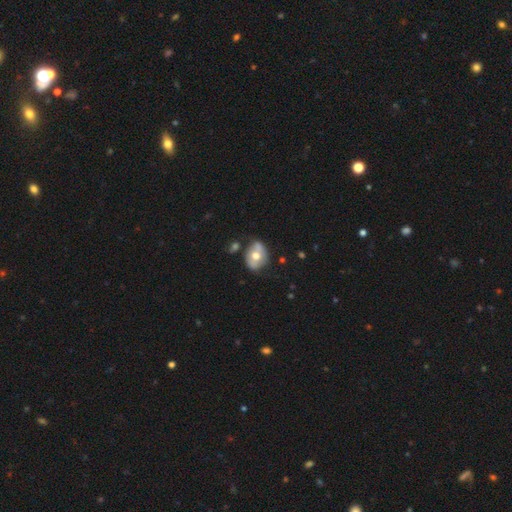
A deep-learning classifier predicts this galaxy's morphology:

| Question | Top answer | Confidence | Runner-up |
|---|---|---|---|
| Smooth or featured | smooth | 53% | featured or disk (40%) |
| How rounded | in between | 54% | round (44%) |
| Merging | none | 57% | minor disturbance (24%) |